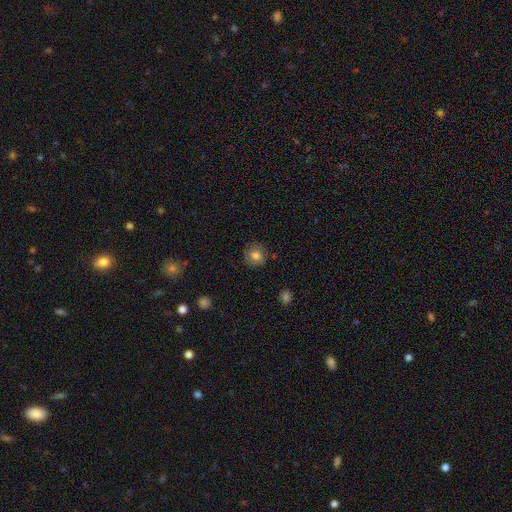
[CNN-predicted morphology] The model was most divided on "smooth or featured": smooth: 75%, featured or disk: 14%, star or artifact: 10%. More confident: merging — none (82%); how rounded — round (82%).